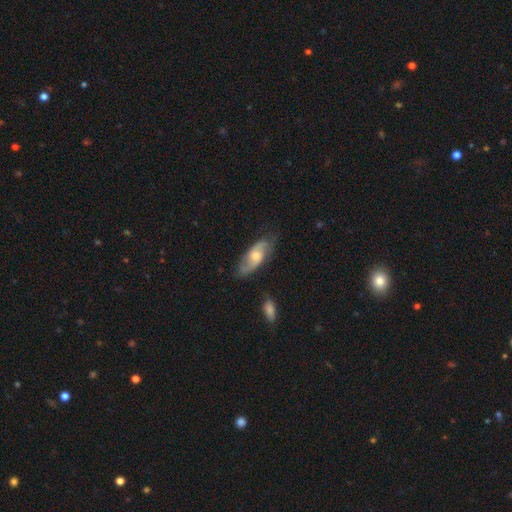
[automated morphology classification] This appears to be a featured or disk galaxy (61%) with no bar (60%), spiral arms (87%) and a moderate central bulge (59%). Merging: none (71%).